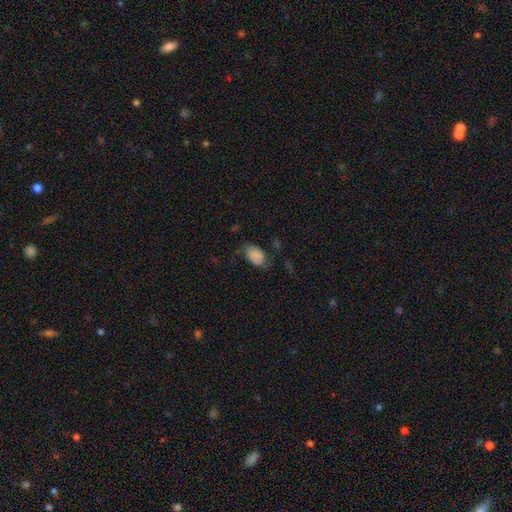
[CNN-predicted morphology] smooth 79%, featured or disk 12%, star or artifact 9%. Down the decision tree: how rounded — in between (89%); merging — none (49%).